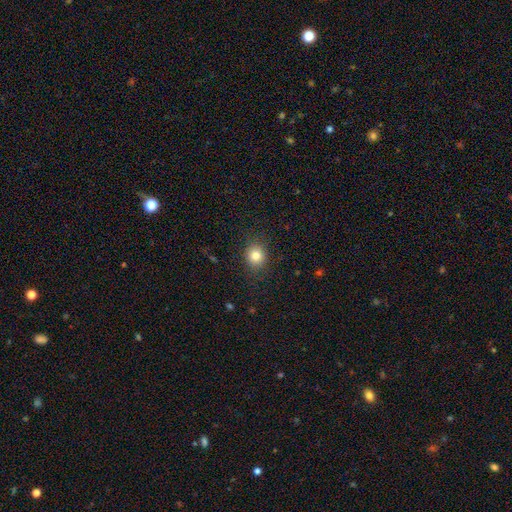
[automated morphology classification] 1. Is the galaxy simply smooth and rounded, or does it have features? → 81% smooth, 12% star or artifact, 7% featured or disk.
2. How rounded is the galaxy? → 76% round, 23% in between, 1% cigar-shaped.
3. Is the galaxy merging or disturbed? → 87% none, 9% minor disturbance, 3% major disturbance, 1% merger.